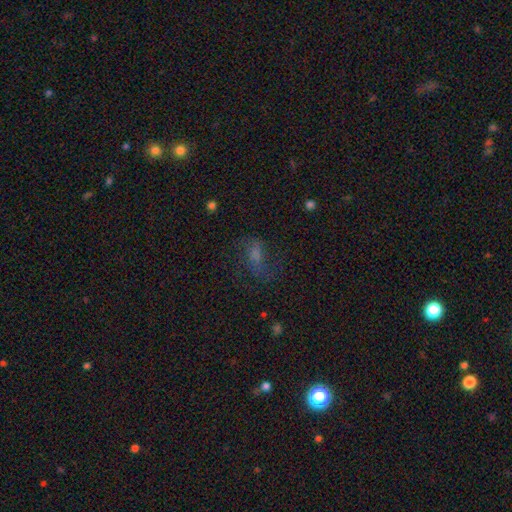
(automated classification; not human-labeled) A smooth galaxy with no disk features (44%). Merging: none (50%).